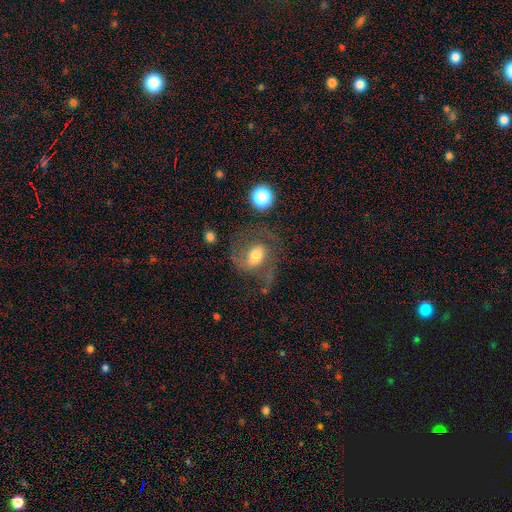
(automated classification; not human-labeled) Smooth or featured?
  - featured or disk: 71% *
  - smooth: 20%
  - star or artifact: 9%
Edge-on disk?
  - no: 97% *
  - yes: 3%
Bar?
  - no: 44% *
  - weak: 42%
  - strong: 14%
Spiral arms?
  - yes: 89% *
  - no: 11%
Spiral winding?
  - medium: 54% *
  - loose: 29%
  - tight: 17%
Spiral arm count?
  - 2: 84% *
  - can't tell: 6%
  - 1: 6%
  - 3: 2%
  - 4: 1%
  - more than 4: 1%
Bulge size?
  - moderate: 57% *
  - large: 26%
  - small: 13%
  - dominant: 3%
  - none: 2%
Merging?
  - none: 55% *
  - major disturbance: 23%
  - minor disturbance: 19%
  - merger: 3%